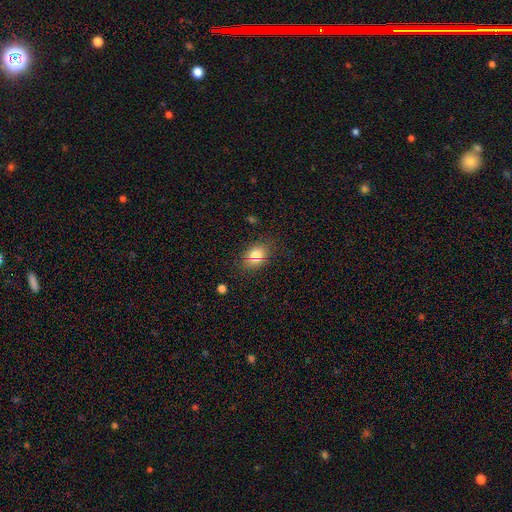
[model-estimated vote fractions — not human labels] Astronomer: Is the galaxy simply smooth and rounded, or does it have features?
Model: smooth — 79%.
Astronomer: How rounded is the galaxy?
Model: in between — 66%.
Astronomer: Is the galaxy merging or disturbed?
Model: none — 78%.